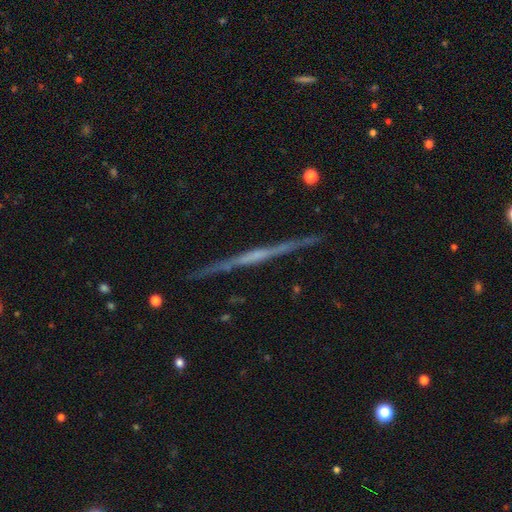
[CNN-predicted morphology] A featured or disk galaxy (77%) viewed edge-on (98%) with no central bulge (65%).

Vote fractions:
- Smooth or featured? featured or disk: 77% / smooth: 17% / star or artifact: 6%
- Edge-on disk? yes: 98% / no: 2%
- Edge-on bulge? none: 65% / rounded: 22% / boxy: 12%
- Merging? none: 90% / minor disturbance: 7% / major disturbance: 2% / merger: 1%